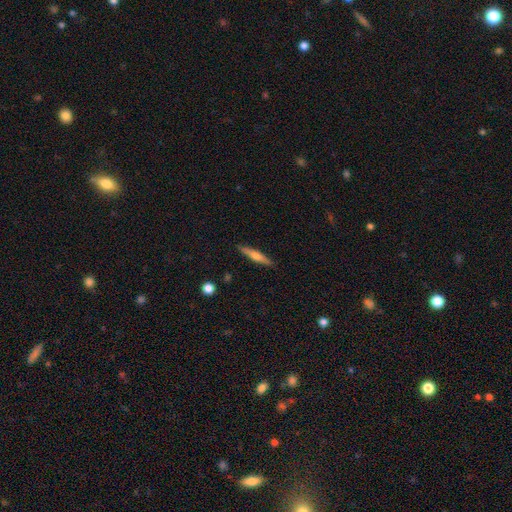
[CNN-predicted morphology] Smooth or featured?
  - smooth: 49% *
  - featured or disk: 45%
  - star or artifact: 6%
Merging?
  - none: 90% *
  - minor disturbance: 7%
  - major disturbance: 2%
  - merger: 1%